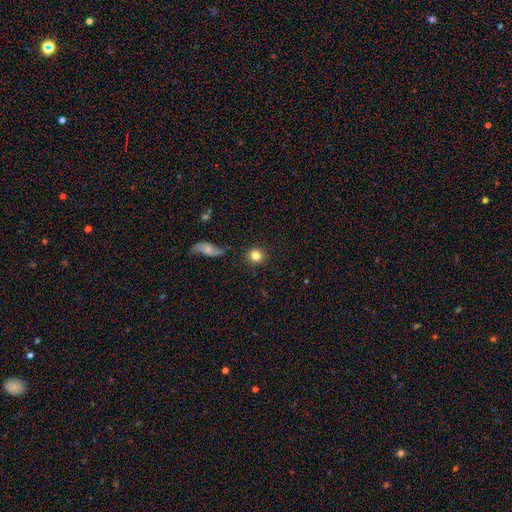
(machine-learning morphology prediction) This is clearly a smooth galaxy (83%). How rounded: clearly round (90%). Merging: clearly none (87%).